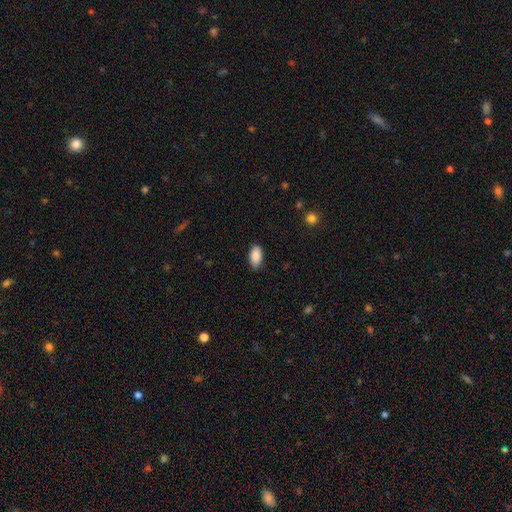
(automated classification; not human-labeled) This appears to be a smooth galaxy with no disk features (90%) that is in between round and cigar-shaped (94%). Merging: none (85%).